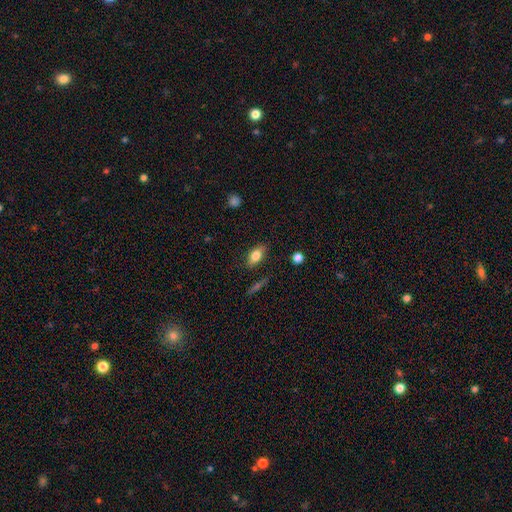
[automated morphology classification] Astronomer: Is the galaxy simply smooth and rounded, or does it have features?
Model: smooth — 75%.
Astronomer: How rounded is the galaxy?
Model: in between — 82%.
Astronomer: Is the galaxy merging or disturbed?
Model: none — 81%.